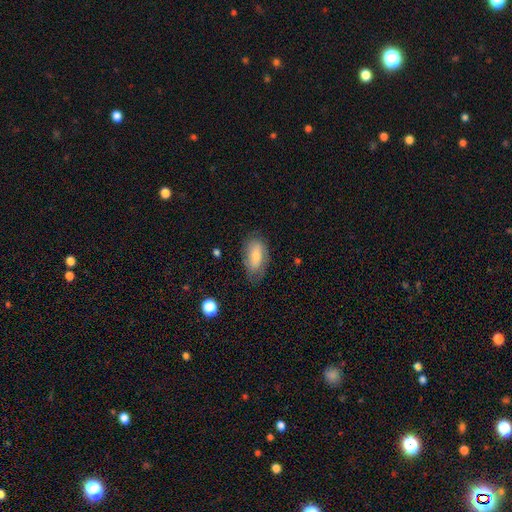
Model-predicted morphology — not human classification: Overall: smooth (65%; featured or disk 28%). How rounded: in between (91%). Merging: none (68%).